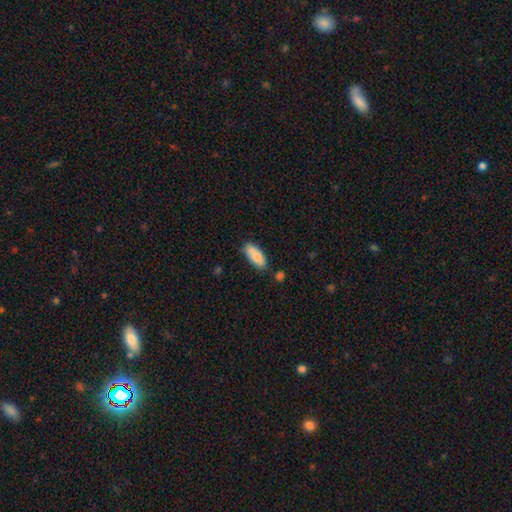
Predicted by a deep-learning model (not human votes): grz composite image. It shows a smooth galaxy with no disk features (82%) that is in between round and cigar-shaped (80%). Merging: none (71%).